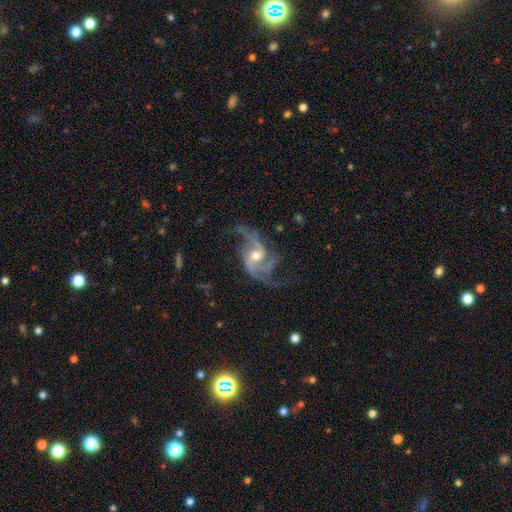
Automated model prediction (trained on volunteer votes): This appears to be a featured or disk galaxy (91%) with no bar (52%), 2 (65%) loose (56%) spiral arms (97%) and a moderate central bulge (70%). Merging: none (60%).